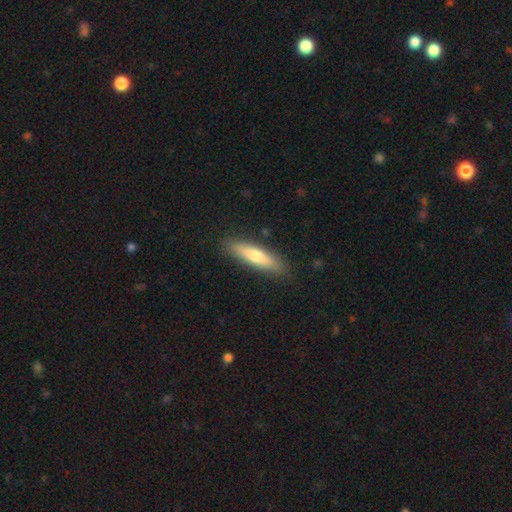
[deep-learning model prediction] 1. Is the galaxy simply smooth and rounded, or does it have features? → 67% smooth, 27% featured or disk, 6% star or artifact.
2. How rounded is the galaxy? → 76% cigar-shaped, 22% in between, 2% round.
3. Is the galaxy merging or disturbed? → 88% none, 9% minor disturbance, 2% major disturbance, 1% merger.